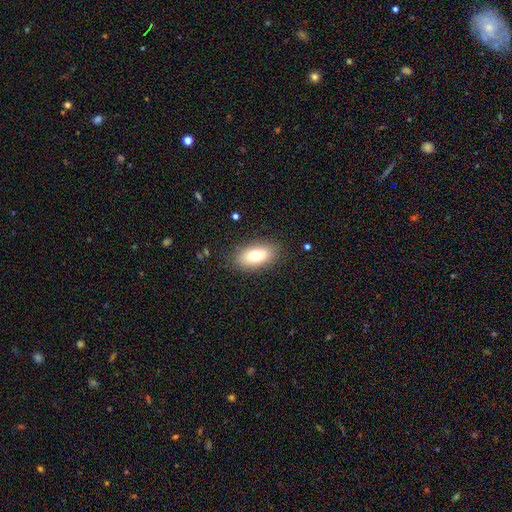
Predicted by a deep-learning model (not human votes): Smooth or featured?
  - smooth: 74% *
  - featured or disk: 17%
  - star or artifact: 8%
How rounded?
  - in between: 88% *
  - cigar-shaped: 6%
  - round: 6%
Merging?
  - none: 85% *
  - minor disturbance: 11%
  - major disturbance: 3%
  - merger: 1%